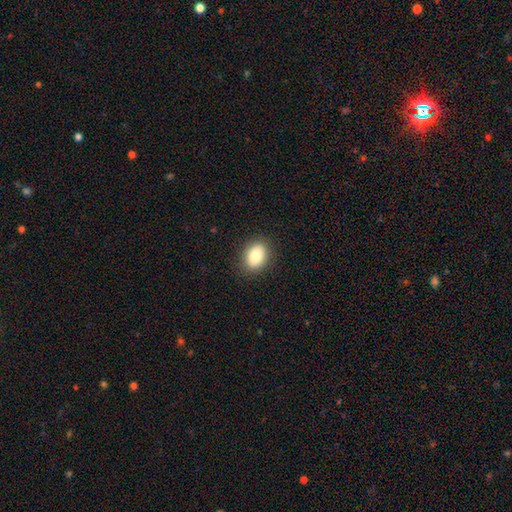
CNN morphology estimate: This appears to be a smooth galaxy with no disk features (83%) that is in between round and cigar-shaped (69%). Merging: none (88%).